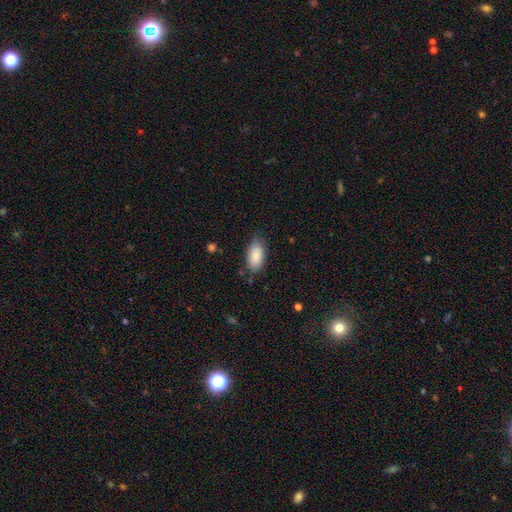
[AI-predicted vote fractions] Smooth or featured: smooth — 84% (featured or disk — 9%)
How rounded: in between — 93% (cigar-shaped — 4%)
Merging: none — 71% (minor disturbance — 23%)